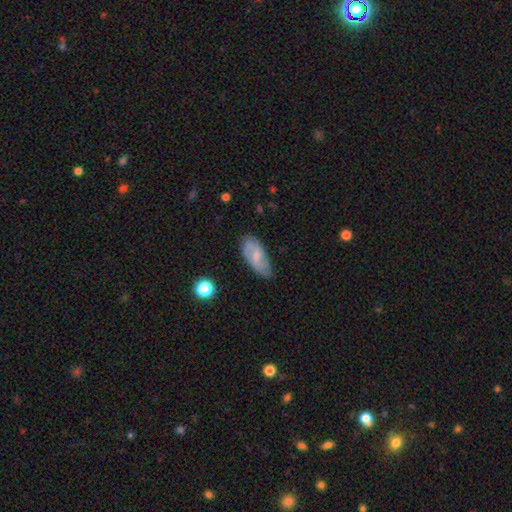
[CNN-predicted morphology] This appears to be a featured or disk galaxy (59%) with no bar (49%), spiral arms (83%) and a small central bulge (61%). Merging: none (65%).